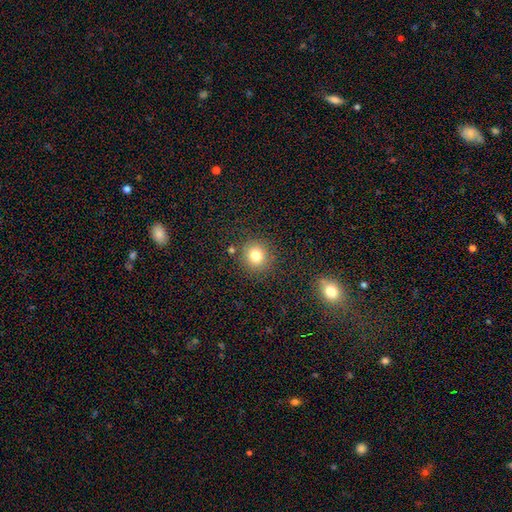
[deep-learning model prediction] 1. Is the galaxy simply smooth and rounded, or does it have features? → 79% smooth, 13% star or artifact, 8% featured or disk.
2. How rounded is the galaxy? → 90% round, 10% in between, 1% cigar-shaped.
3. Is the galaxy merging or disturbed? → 85% none, 8% minor disturbance, 4% merger, 3% major disturbance.